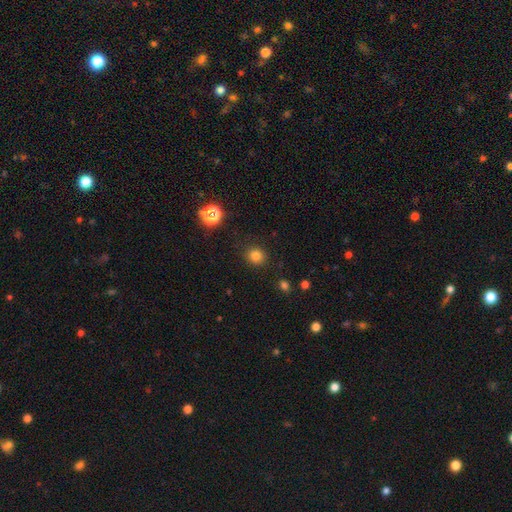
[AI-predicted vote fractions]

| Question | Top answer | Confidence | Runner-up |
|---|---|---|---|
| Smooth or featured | smooth | 80% | star or artifact (15%) |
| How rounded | round | 84% | in between (15%) |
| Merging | none | 89% | minor disturbance (7%) |